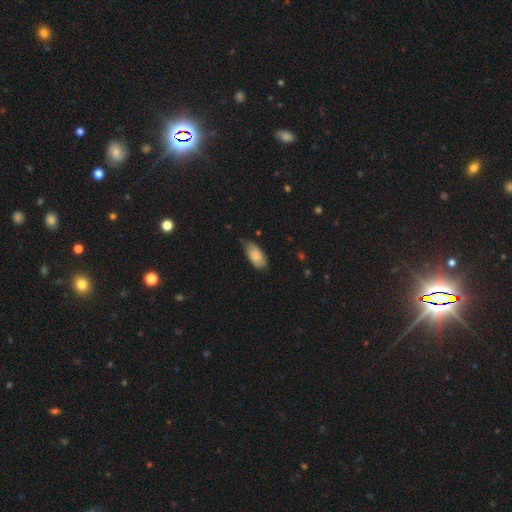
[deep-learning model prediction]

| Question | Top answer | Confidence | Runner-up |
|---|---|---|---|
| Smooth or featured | smooth | 79% | featured or disk (14%) |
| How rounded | in between | 92% | cigar-shaped (5%) |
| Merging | none | 62% | minor disturbance (32%) |